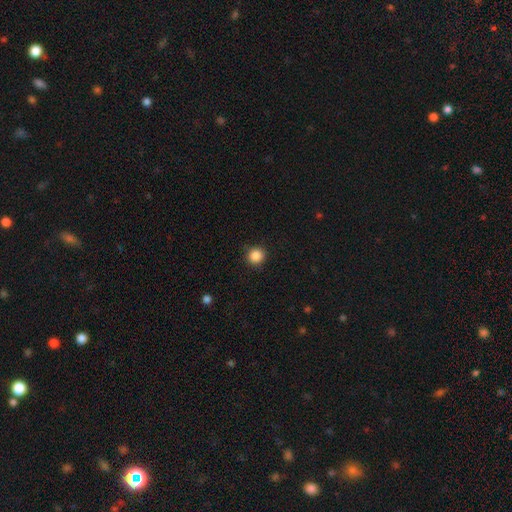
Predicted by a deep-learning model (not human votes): This appears to be a smooth galaxy with no disk features (87%) that is round (92%). Merging: none (90%).